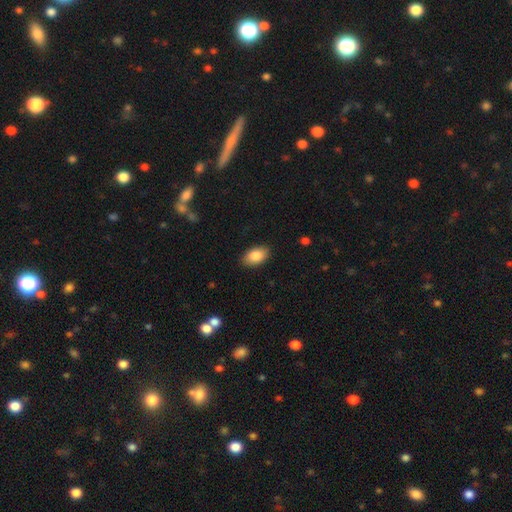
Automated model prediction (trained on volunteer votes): This appears to be a smooth galaxy with no disk features (85%) that is in between round and cigar-shaped (93%). Merging: none (88%).